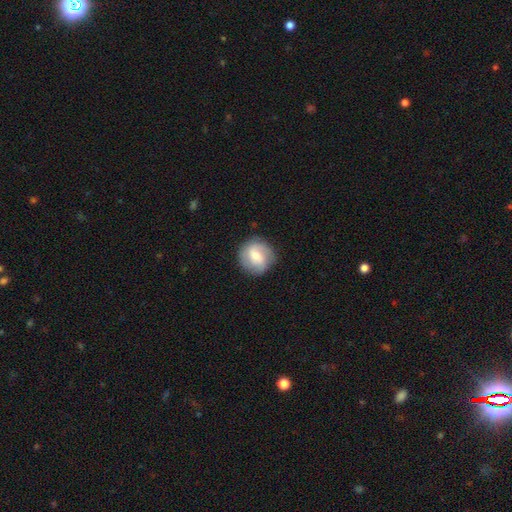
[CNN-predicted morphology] Q: Smooth or featured?
A: smooth (50%); runner-up: featured or disk (43%)
Q: Merging?
A: none (82%); runner-up: minor disturbance (13%)